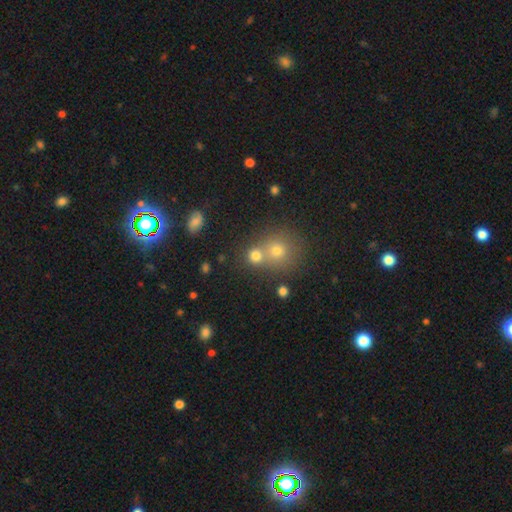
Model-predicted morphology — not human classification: A smooth galaxy with no disk features (73%) that is round (85%). Merging: none (52%).